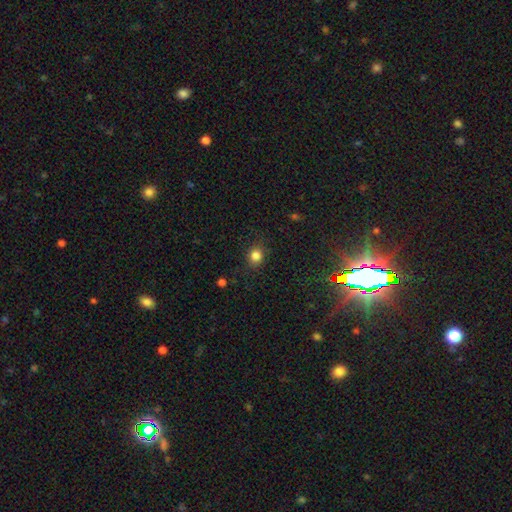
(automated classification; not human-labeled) The model was most divided on "how rounded": round: 77%, in between: 22%, cigar-shaped: 1%. More confident: merging — none (84%); smooth or featured — smooth (82%).